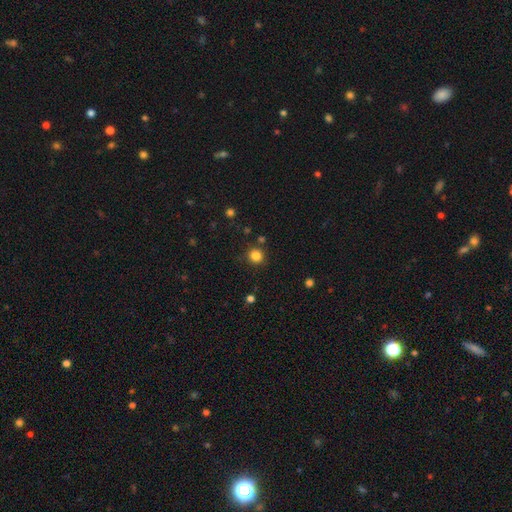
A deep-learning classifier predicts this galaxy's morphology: This is clearly a smooth galaxy (83%). How rounded: clearly round (93%). Merging: clearly none (86%).